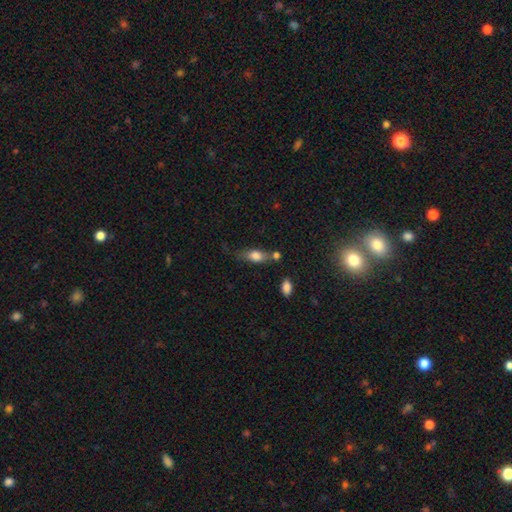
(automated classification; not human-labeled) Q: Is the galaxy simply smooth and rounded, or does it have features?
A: smooth — 74%.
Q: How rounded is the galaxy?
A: in between — 73%.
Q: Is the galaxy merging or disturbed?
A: none — 51%.